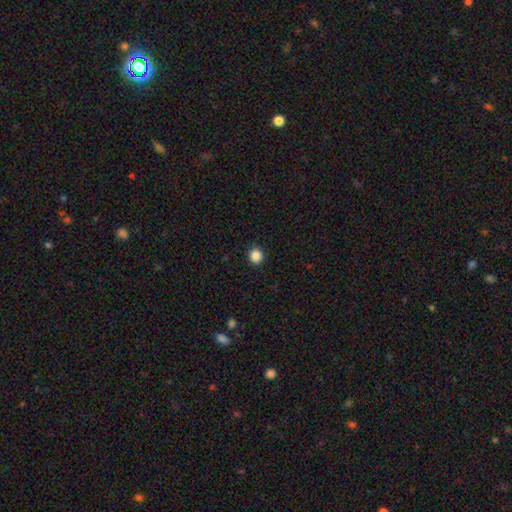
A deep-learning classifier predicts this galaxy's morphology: smooth 87%, star or artifact 10%, featured or disk 3%. Down the decision tree: how rounded — round (87%); merging — none (92%).